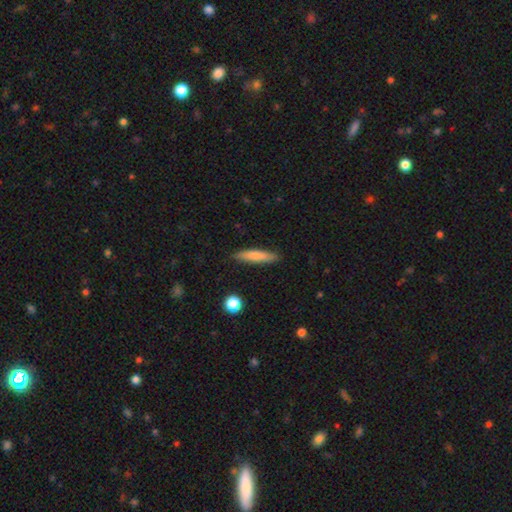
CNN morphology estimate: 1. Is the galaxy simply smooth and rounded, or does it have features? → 74% smooth, 19% featured or disk, 6% star or artifact.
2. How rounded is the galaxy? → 85% cigar-shaped, 14% in between, 2% round.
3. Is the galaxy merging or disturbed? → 87% none, 10% minor disturbance, 2% major disturbance, 1% merger.